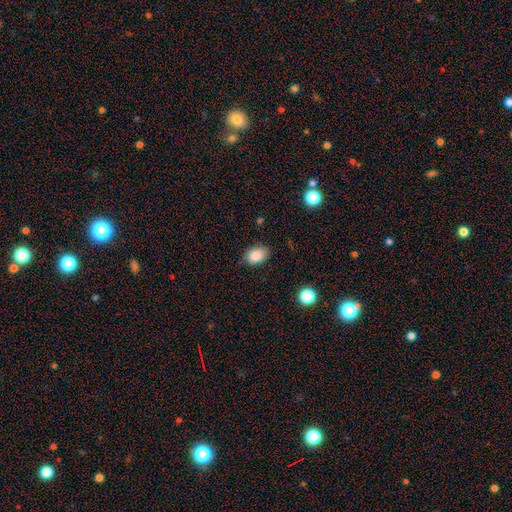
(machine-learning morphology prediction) type=smooth (86%); roundness=in between (80%); merging=none (80%).